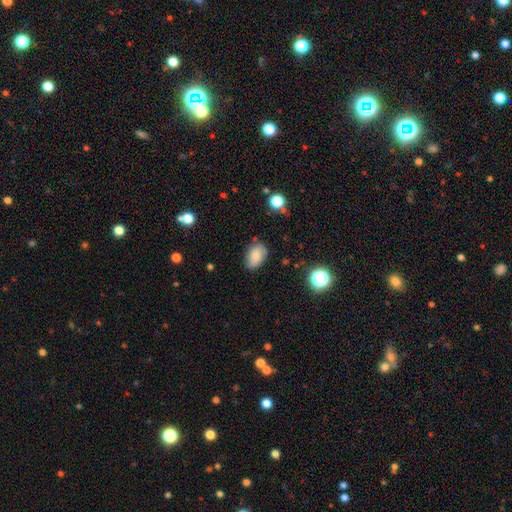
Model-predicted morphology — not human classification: smooth_or_featured: smooth (p=0.82) [alt: star or artifact p=0.09]
how_rounded: in between (p=0.88) [alt: round p=0.11]
merging: none (p=0.77) [alt: minor disturbance p=0.18]